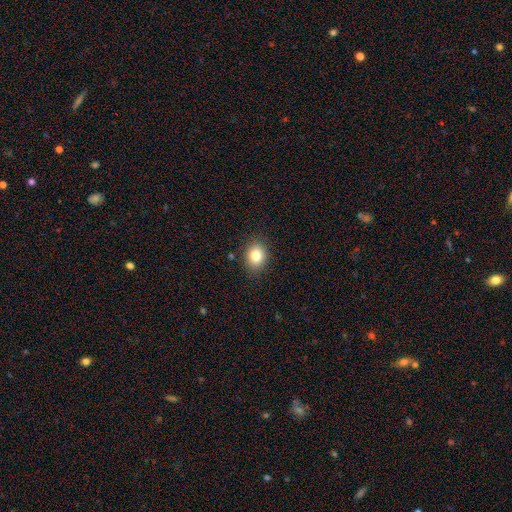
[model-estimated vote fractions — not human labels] This appears to be a smooth galaxy with no disk features (82%) that is round (53%). Merging: none (87%).